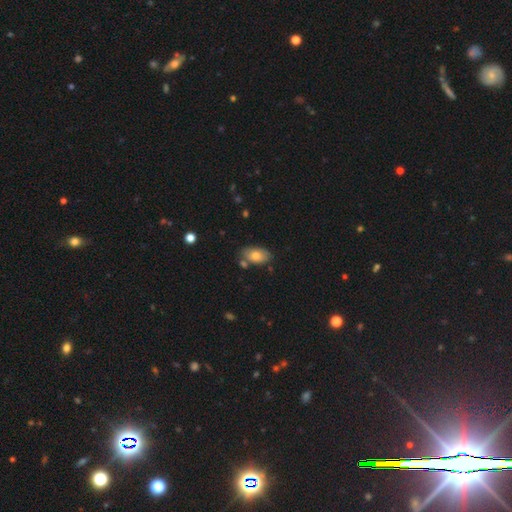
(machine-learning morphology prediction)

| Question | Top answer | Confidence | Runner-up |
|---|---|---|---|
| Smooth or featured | smooth | 75% | featured or disk (18%) |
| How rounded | in between | 92% | round (6%) |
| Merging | none | 67% | minor disturbance (19%) |